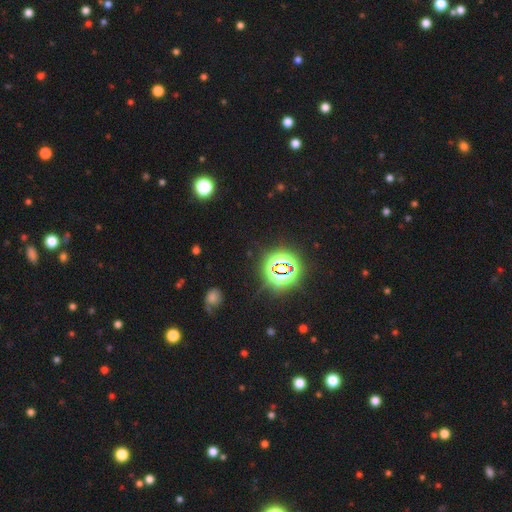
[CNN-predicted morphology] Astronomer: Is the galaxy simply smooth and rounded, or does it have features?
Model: star or artifact — 81%.